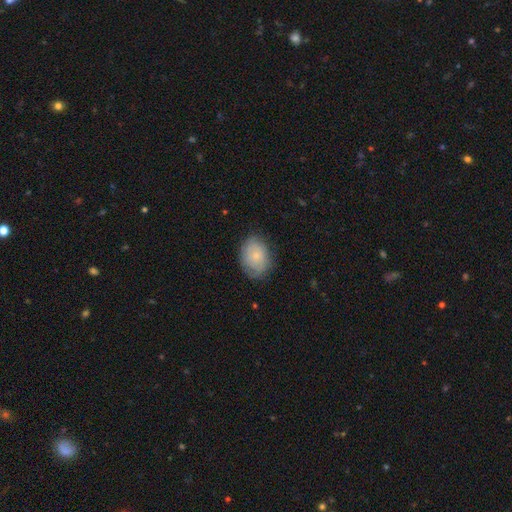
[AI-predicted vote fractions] A smooth galaxy with no disk features (59%) that is in between round and cigar-shaped (65%). Merging: none (73%).